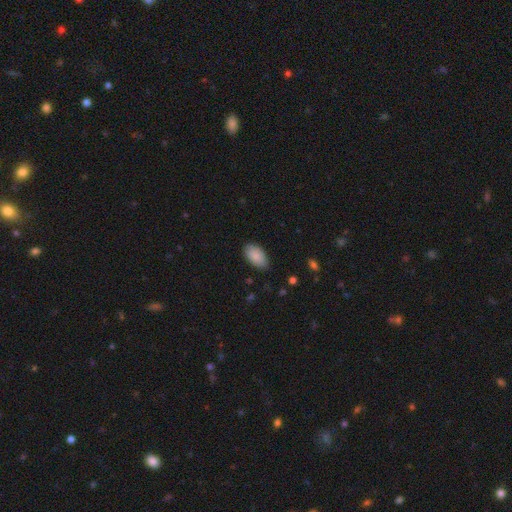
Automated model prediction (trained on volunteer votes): smooth-or-featured: smooth: 88% | star or artifact: 6% | featured or disk: 6%
  how-rounded: in between: 95% | round: 4% | cigar-shaped: 2%
  merging: none: 82% | minor disturbance: 14% | major disturbance: 3% | merger: 1%